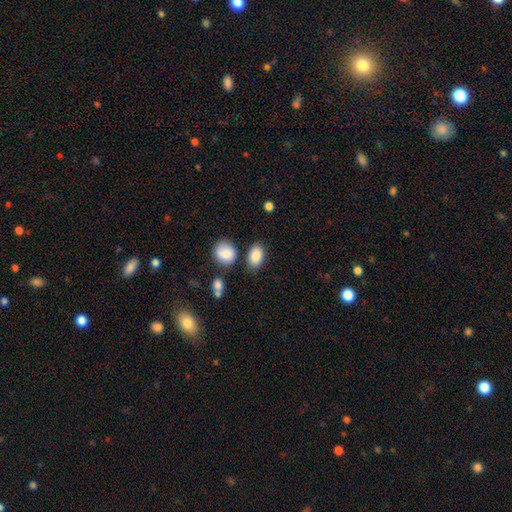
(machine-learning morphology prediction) smooth-or-featured: smooth: 87% | star or artifact: 7% | featured or disk: 5%
  how-rounded: in between: 87% | round: 12% | cigar-shaped: 2%
  merging: none: 77% | minor disturbance: 13% | merger: 7% | major disturbance: 3%